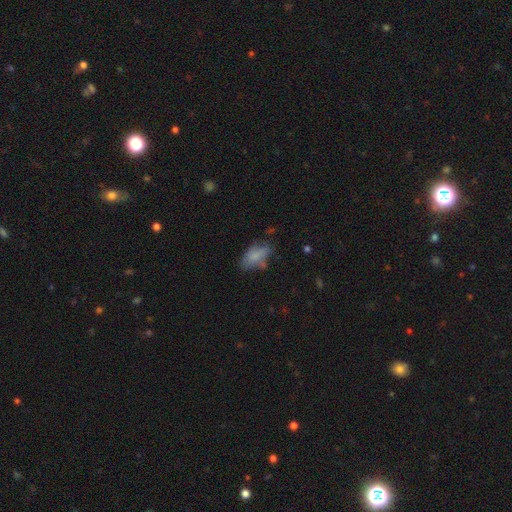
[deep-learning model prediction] A smooth galaxy with no disk features (71%) that is in between round and cigar-shaped (89%).

Vote fractions:
- Smooth or featured? smooth: 71% / featured or disk: 19% / star or artifact: 10%
- How rounded? in between: 89% / cigar-shaped: 7% / round: 4%
- Merging? none: 45% / minor disturbance: 30% / major disturbance: 17% / merger: 8%